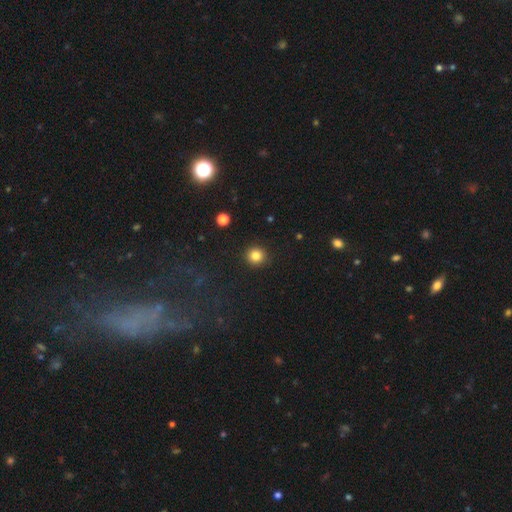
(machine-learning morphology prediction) smooth 84%, star or artifact 11%, featured or disk 5%. Down the decision tree: how rounded — round (94%); merging — none (92%).